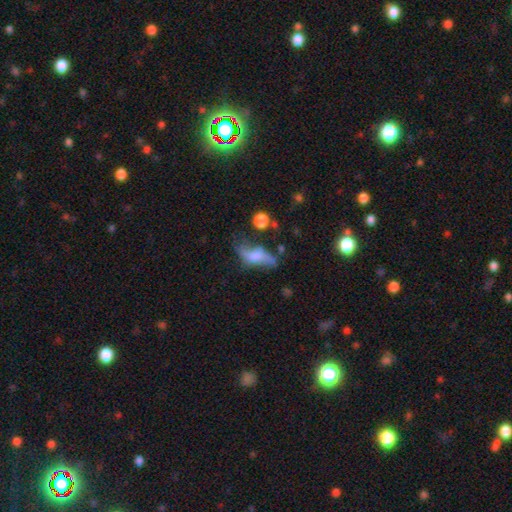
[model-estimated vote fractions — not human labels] The model was most divided on "smooth or featured": featured or disk: 48%, smooth: 41%, star or artifact: 11%. Remaining: merging — none (42%).